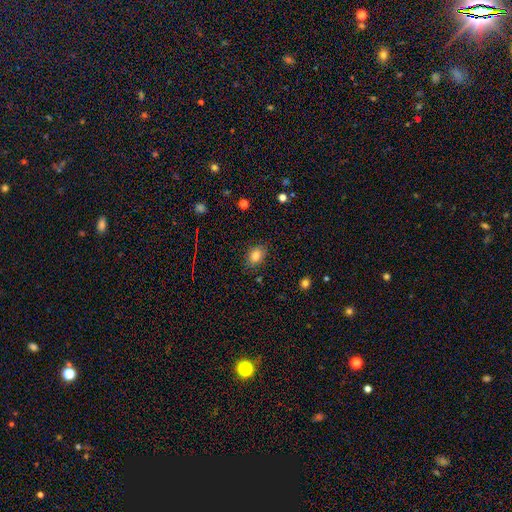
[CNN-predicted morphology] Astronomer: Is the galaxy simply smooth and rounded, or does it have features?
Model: smooth — 83%.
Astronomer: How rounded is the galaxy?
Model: in between — 77%.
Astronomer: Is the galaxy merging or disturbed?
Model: none — 83%.